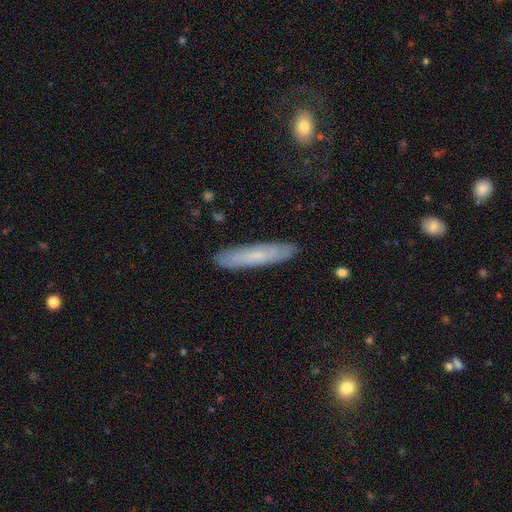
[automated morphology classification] Overall: smooth (59%; featured or disk 34%). How rounded: cigar-shaped (88%). Merging: none (86%).